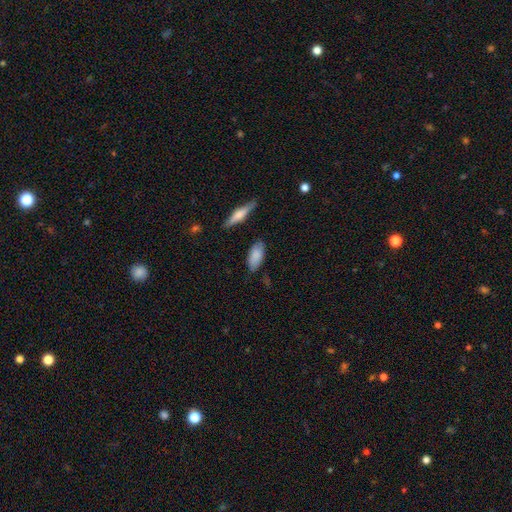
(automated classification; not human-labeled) smooth 84%, featured or disk 10%, star or artifact 6%. Down the decision tree: how rounded — in between (87%); merging — none (79%).